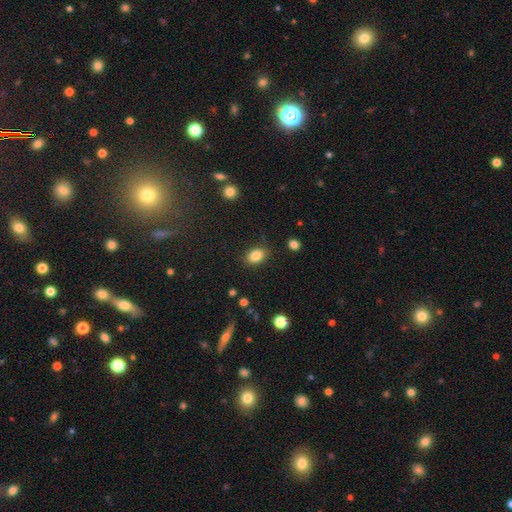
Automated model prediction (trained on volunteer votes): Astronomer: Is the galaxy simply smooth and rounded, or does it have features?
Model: smooth — 85%.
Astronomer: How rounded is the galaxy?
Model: in between — 80%.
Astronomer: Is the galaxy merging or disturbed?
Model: none — 83%.